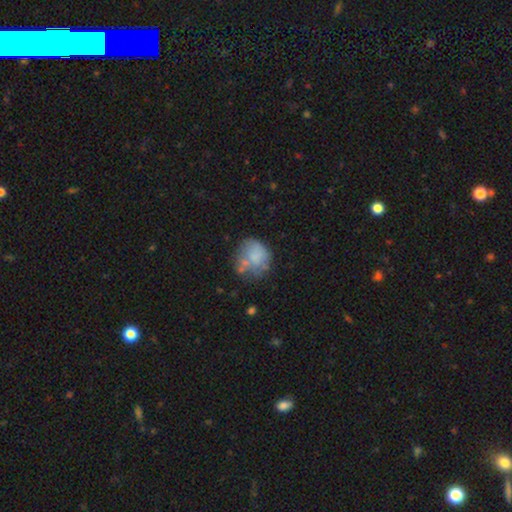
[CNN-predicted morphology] type=smooth (61%); roundness=round (67%); merging=none (42%).